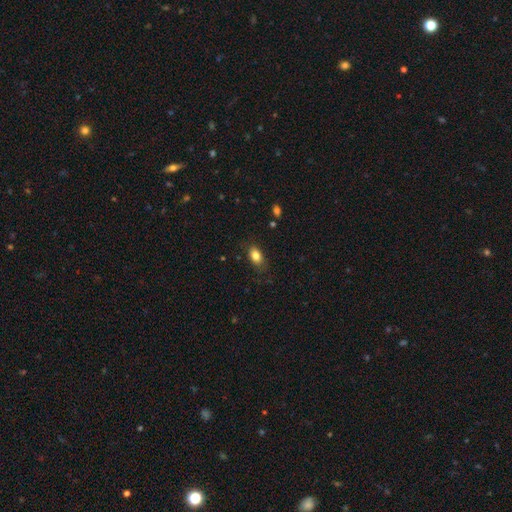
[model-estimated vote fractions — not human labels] Overall: smooth (83%). How rounded: in between (86%). Merging: none (78%).